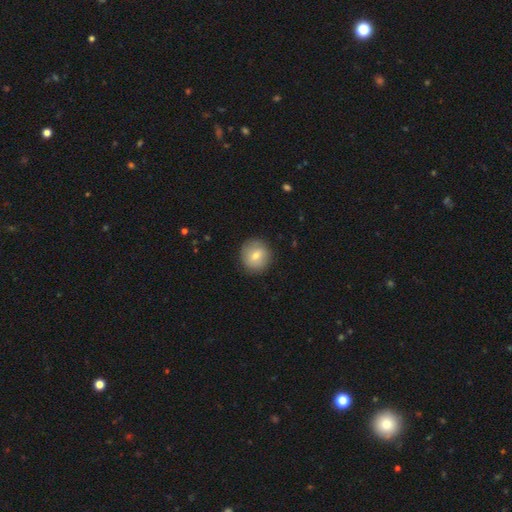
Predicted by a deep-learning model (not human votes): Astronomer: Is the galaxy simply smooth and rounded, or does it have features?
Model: smooth — 68%.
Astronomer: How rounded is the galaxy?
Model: round — 90%.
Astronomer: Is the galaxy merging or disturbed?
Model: none — 88%.